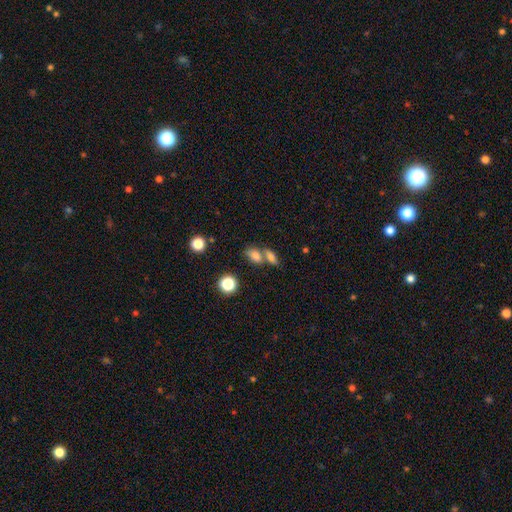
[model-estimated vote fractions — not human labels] This is likely a smooth galaxy (76%). How rounded: likely in between (77%). Merging: possibly merger (48%).